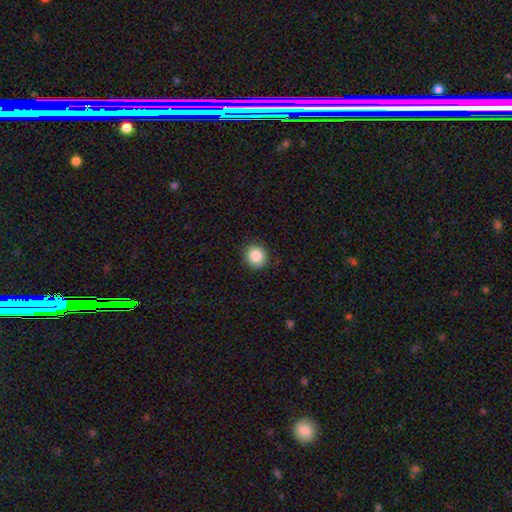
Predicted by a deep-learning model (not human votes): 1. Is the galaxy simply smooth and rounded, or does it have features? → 87% smooth, 9% star or artifact, 4% featured or disk.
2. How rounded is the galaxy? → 90% round, 9% in between, 1% cigar-shaped.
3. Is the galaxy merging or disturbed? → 90% none, 7% minor disturbance, 2% major disturbance, 1% merger.